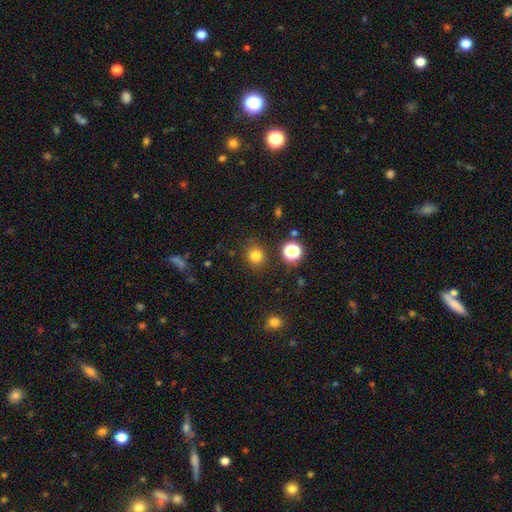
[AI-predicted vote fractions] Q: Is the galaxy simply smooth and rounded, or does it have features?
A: smooth — 80%.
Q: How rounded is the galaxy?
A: round — 90%.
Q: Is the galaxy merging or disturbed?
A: none — 86%.